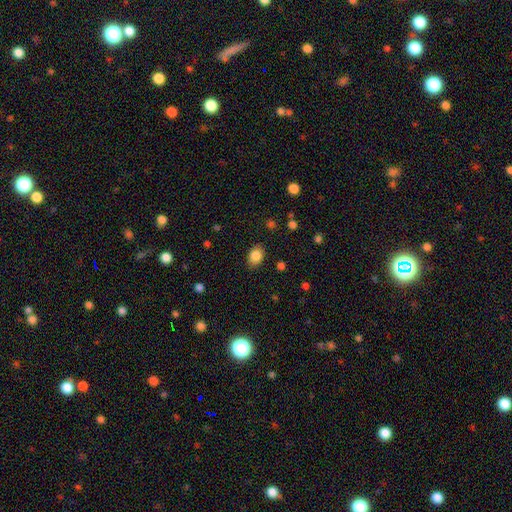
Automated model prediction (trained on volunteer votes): smooth-or-featured: smooth: 85% | star or artifact: 9% | featured or disk: 6%
  how-rounded: in between: 67% | round: 32% | cigar-shaped: 1%
  merging: none: 83% | minor disturbance: 12% | major disturbance: 3% | merger: 1%